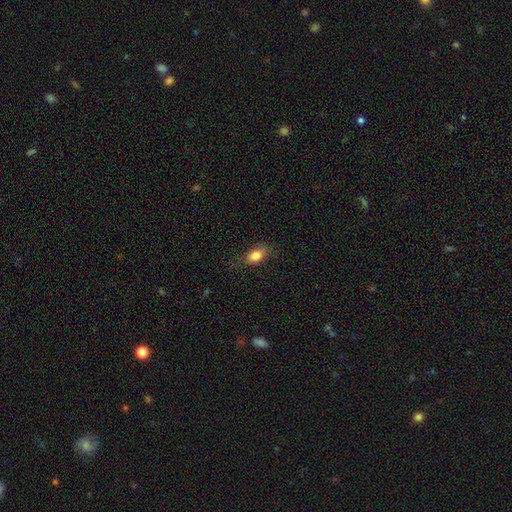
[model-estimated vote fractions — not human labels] Smooth or featured? Predicted: smooth (p=0.81). How rounded? Predicted: in between (p=0.80). Merging? Predicted: none (p=0.72).